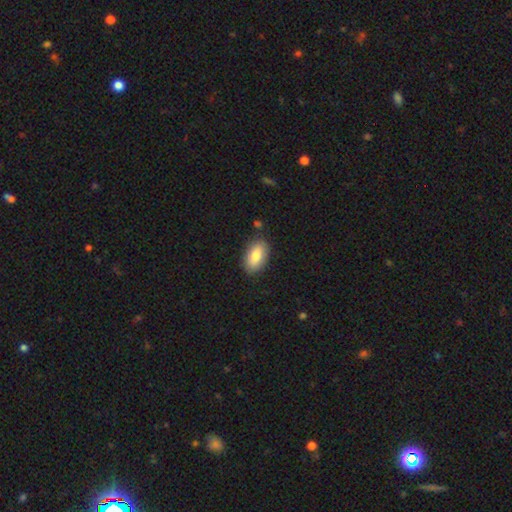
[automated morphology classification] type=smooth (82%); roundness=in between (93%); merging=none (84%).